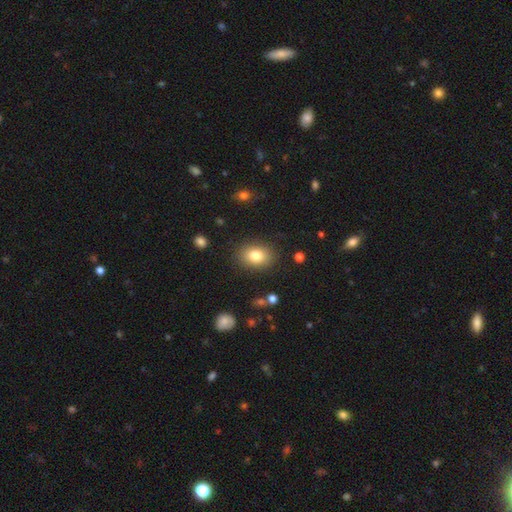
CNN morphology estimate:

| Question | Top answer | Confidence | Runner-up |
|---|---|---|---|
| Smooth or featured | smooth | 81% | star or artifact (10%) |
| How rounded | in between | 66% | round (33%) |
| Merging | none | 86% | minor disturbance (9%) |